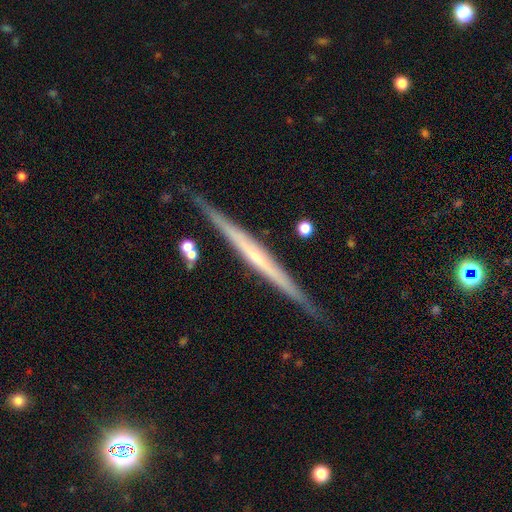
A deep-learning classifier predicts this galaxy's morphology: Q: Smooth or featured?
A: featured or disk (74%); runner-up: smooth (20%)
Q: Edge-on disk?
A: yes (98%); runner-up: no (2%)
Q: Edge-on bulge?
A: none (67%); runner-up: rounded (26%)
Q: Merging?
A: none (88%); runner-up: minor disturbance (9%)